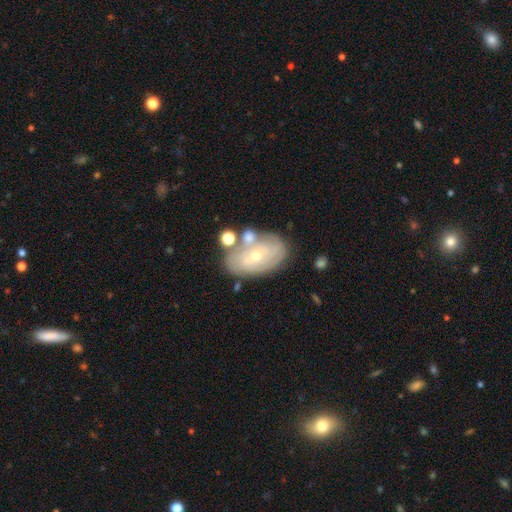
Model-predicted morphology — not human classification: This appears to be a featured or disk galaxy (63%) with no bar (68%), spiral arms (53%) and a small central bulge (62%). Merging: none (58%).